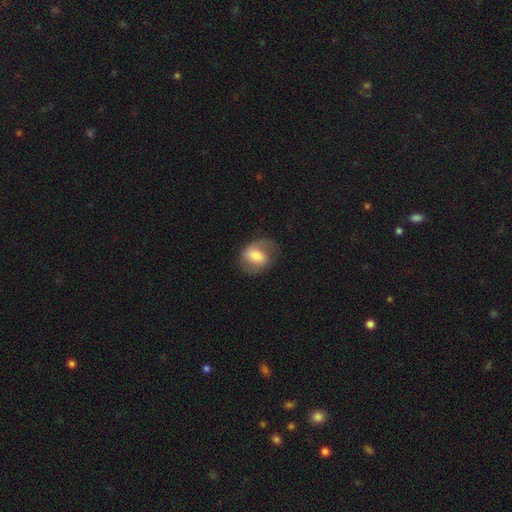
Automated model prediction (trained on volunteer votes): This is possibly a smooth galaxy (48%). Merging: likely none (63%).